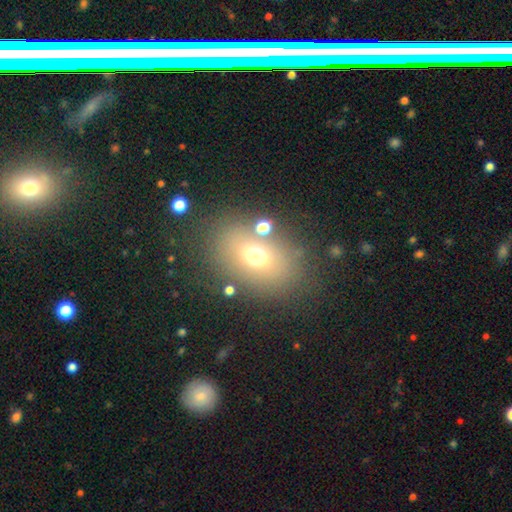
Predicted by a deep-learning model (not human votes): Smooth or featured? smooth (65%)
How rounded? in between (67%)
Merging? none (73%)